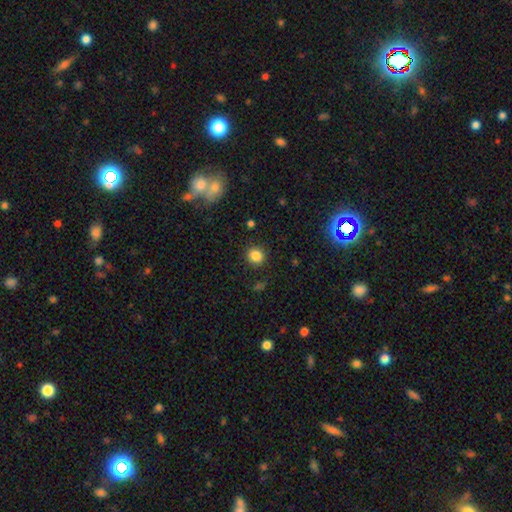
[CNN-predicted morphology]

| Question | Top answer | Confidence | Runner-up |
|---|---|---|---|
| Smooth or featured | smooth | 84% | star or artifact (11%) |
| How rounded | round | 84% | in between (15%) |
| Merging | none | 89% | minor disturbance (7%) |